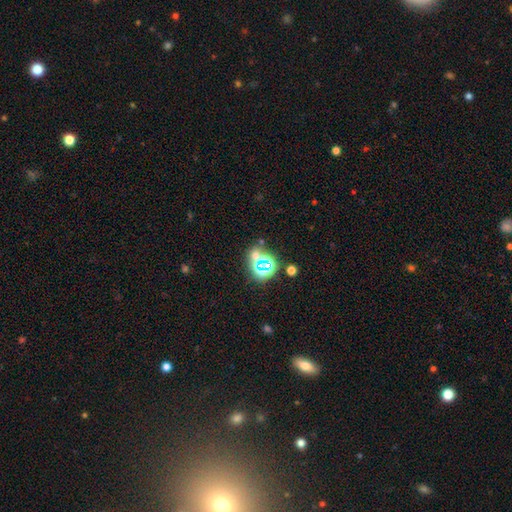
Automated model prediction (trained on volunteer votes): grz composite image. It shows a star or artifact, not a galaxy (58%).